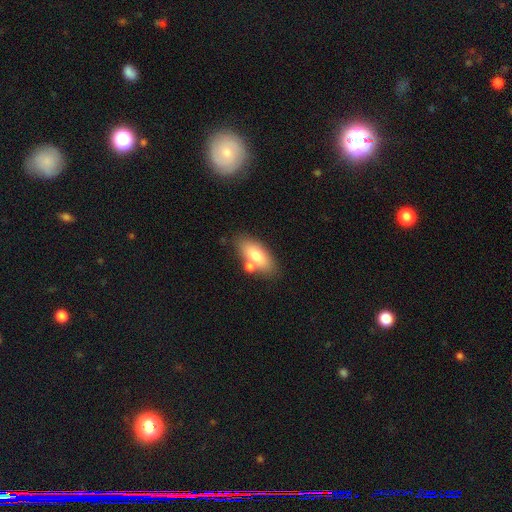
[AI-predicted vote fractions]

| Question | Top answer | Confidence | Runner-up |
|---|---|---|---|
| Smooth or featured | smooth | 74% | featured or disk (19%) |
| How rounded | in between | 84% | cigar-shaped (13%) |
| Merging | none | 67% | merger (16%) |